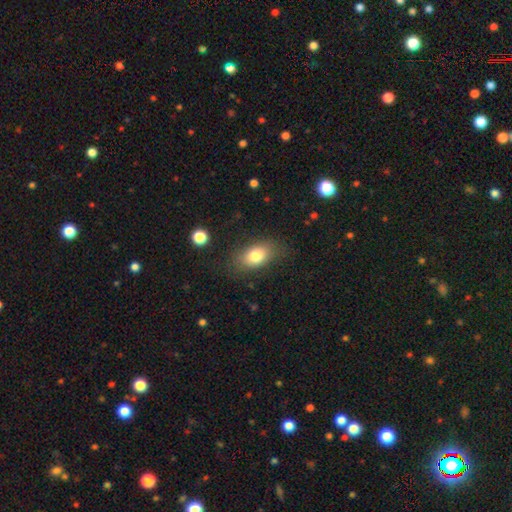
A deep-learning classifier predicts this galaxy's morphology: Smooth or featured: smooth — 78% (featured or disk — 13%)
How rounded: in between — 85% (round — 13%)
Merging: none — 76% (minor disturbance — 16%)